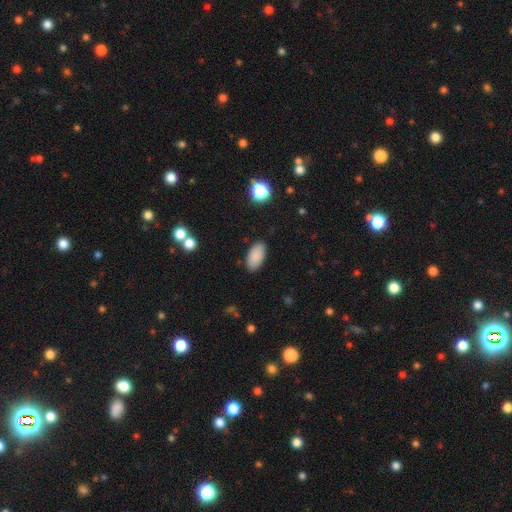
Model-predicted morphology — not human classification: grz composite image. It shows a smooth galaxy with no disk features (88%) that is in between round and cigar-shaped (93%). Merging: none (88%).